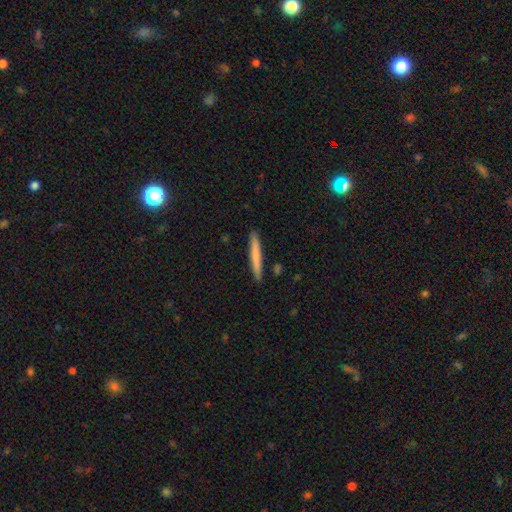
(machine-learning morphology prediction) smooth 73%, featured or disk 21%, star or artifact 6%. Down the decision tree: how rounded — cigar-shaped (96%); merging — none (90%).